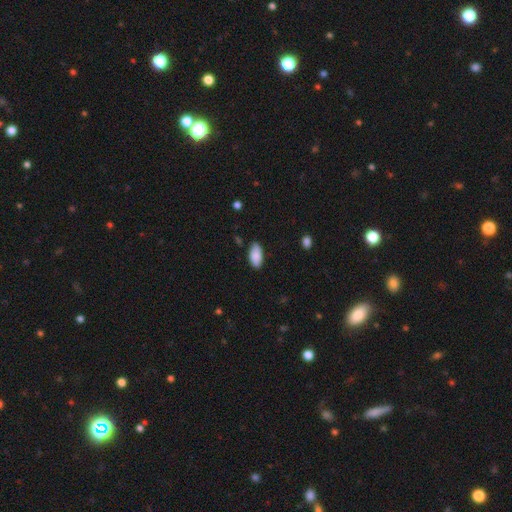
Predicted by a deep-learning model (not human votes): A smooth galaxy with no disk features (87%) that is in between round and cigar-shaped (94%). Merging: none (83%).